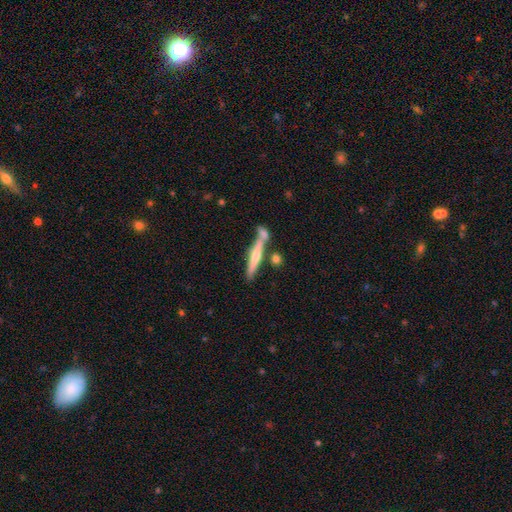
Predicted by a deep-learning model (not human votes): A featured or disk galaxy (49%). Merging: none (60%).